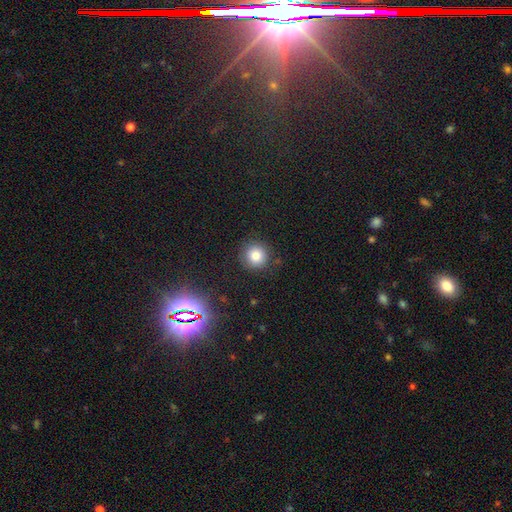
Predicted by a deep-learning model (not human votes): A smooth galaxy with no disk features (82%) that is round (93%). Merging: none (88%).